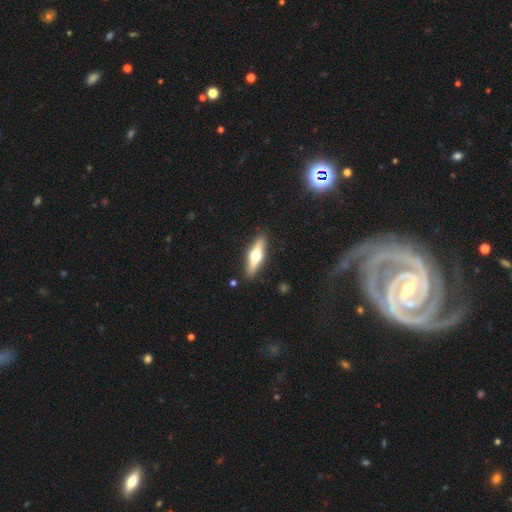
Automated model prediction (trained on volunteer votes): Morphology: type=featured or disk (55%); edge-on=yes (92%); edge-on bulge=rounded (95%); merging=none (89%).